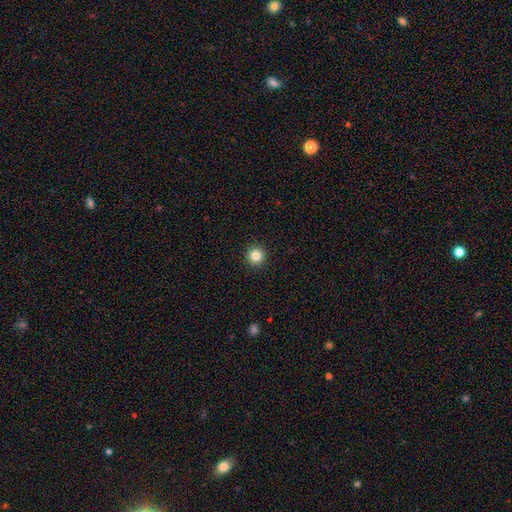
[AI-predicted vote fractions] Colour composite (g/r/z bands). It shows a smooth galaxy with no disk features (84%) that is round (96%). Merging: none (93%).